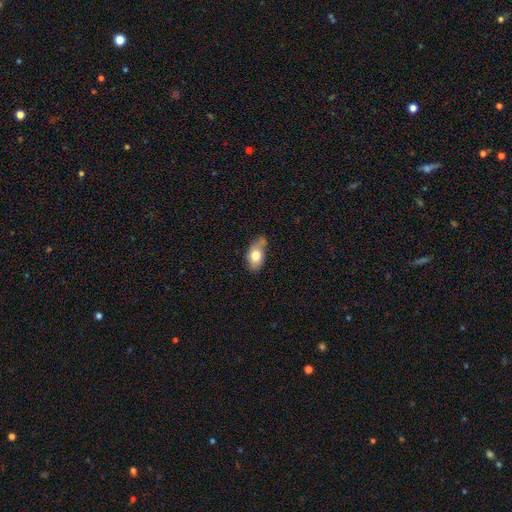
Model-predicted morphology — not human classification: Q: Smooth or featured?
A: smooth (76%); runner-up: featured or disk (17%)
Q: How rounded?
A: in between (89%); runner-up: round (9%)
Q: Merging?
A: none (46%); runner-up: minor disturbance (35%)